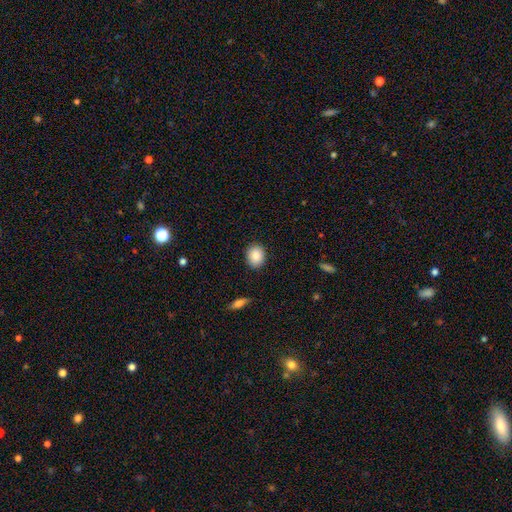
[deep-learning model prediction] Q: Smooth or featured?
A: smooth (88%); runner-up: star or artifact (8%)
Q: How rounded?
A: round (52%); runner-up: in between (47%)
Q: Merging?
A: none (89%); runner-up: minor disturbance (8%)